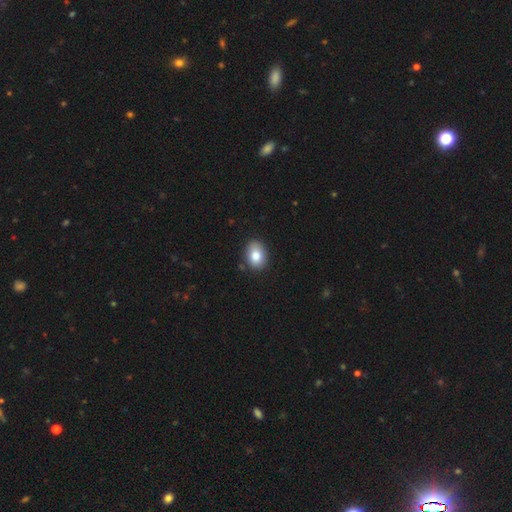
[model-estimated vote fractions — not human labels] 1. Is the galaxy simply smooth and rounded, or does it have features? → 83% smooth, 9% featured or disk, 8% star or artifact.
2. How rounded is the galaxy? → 74% in between, 25% round, 1% cigar-shaped.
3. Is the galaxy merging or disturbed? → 84% none, 12% minor disturbance, 2% major disturbance, 2% merger.